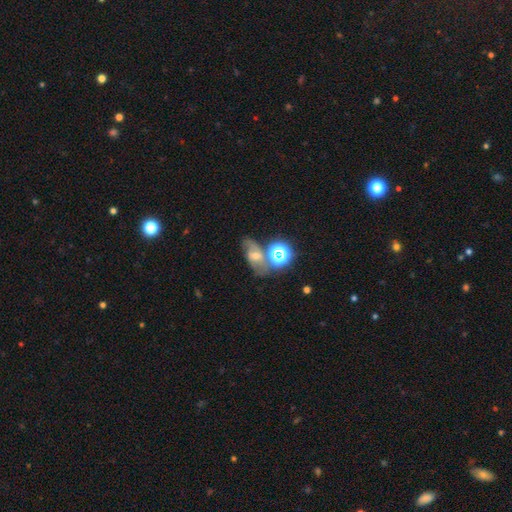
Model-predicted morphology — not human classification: Smooth or featured? Predicted: featured or disk (p=0.44). Merging? Predicted: none (p=0.52).